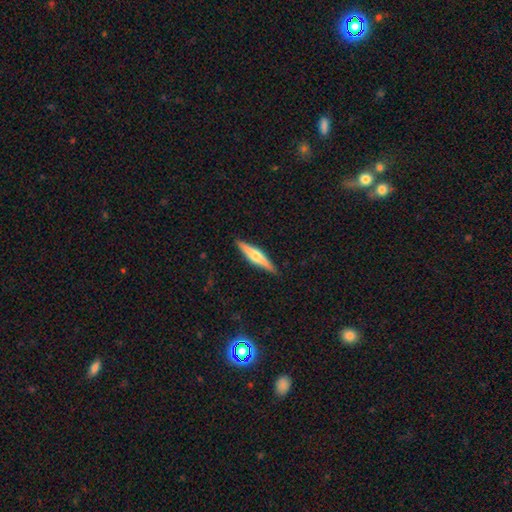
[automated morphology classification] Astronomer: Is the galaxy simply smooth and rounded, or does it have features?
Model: featured or disk — 61%.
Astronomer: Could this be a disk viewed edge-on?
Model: yes — 97%.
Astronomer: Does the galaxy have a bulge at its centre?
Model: rounded — 89%.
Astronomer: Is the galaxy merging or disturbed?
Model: none — 90%.